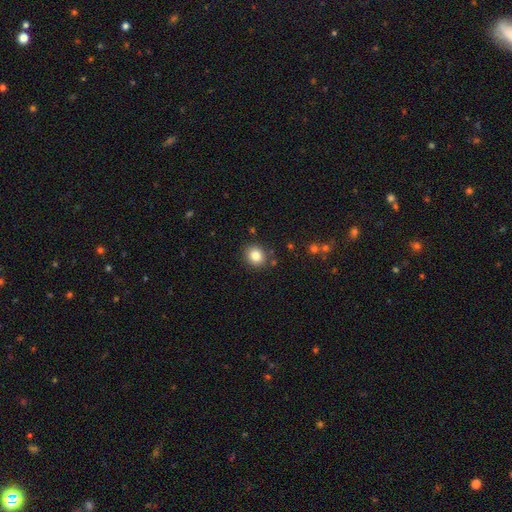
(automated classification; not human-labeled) This appears to be a smooth galaxy with no disk features (82%) that is round (73%). Merging: none (86%).